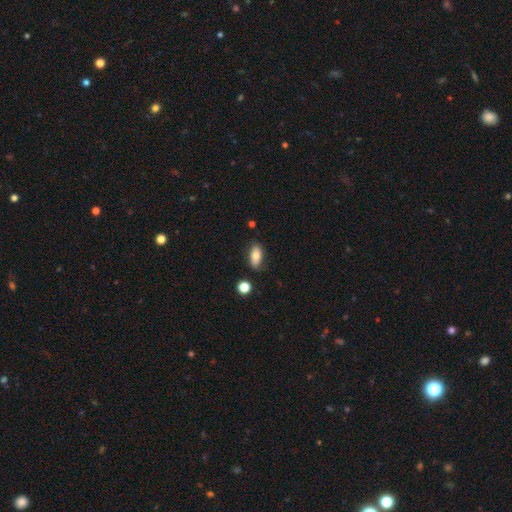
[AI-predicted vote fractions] Overall: smooth (76%). How rounded: in between (87%). Merging: none (79%).